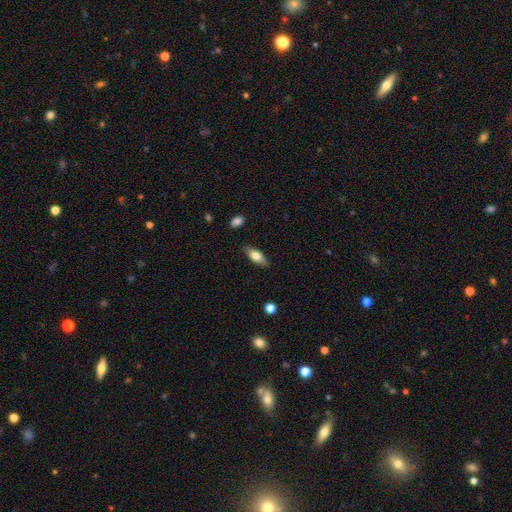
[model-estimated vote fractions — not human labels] Overall: smooth (72%). How rounded: in between (76%). Merging: none (84%).